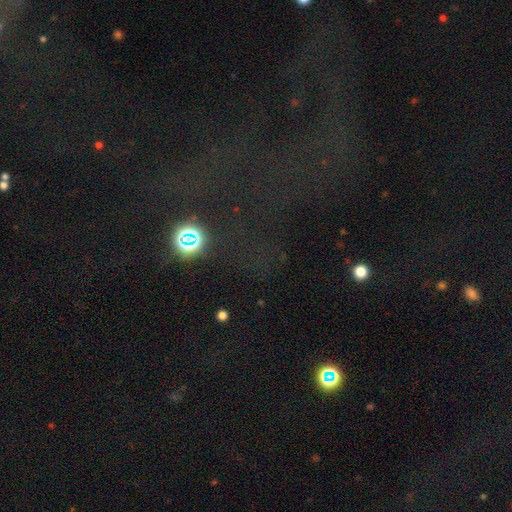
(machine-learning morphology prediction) Smooth or featured: star or artifact — 62% (smooth — 26%)